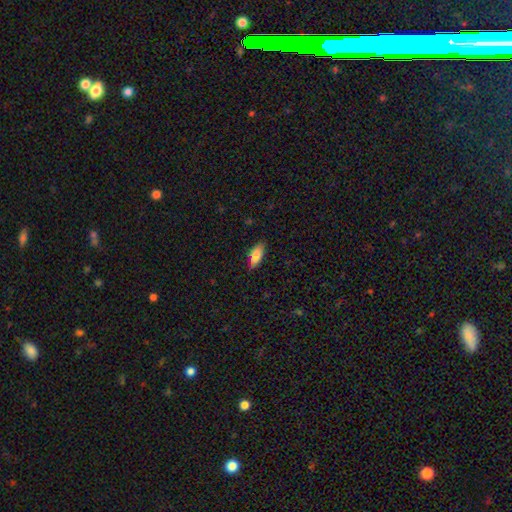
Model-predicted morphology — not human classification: Smooth or featured: smooth — 81% (featured or disk — 12%)
How rounded: in between — 77% (cigar-shaped — 21%)
Merging: none — 80% (minor disturbance — 16%)